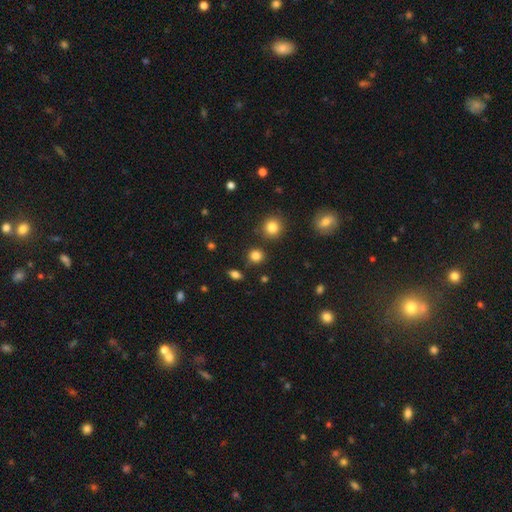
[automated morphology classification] Smooth or featured? smooth (83%)
How rounded? round (86%)
Merging? none (86%)